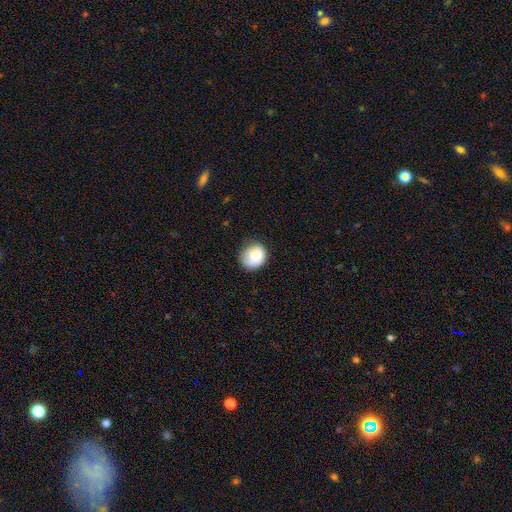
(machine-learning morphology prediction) smooth 81%, featured or disk 11%, star or artifact 8%. Down the decision tree: how rounded — round (71%); merging — none (62%).